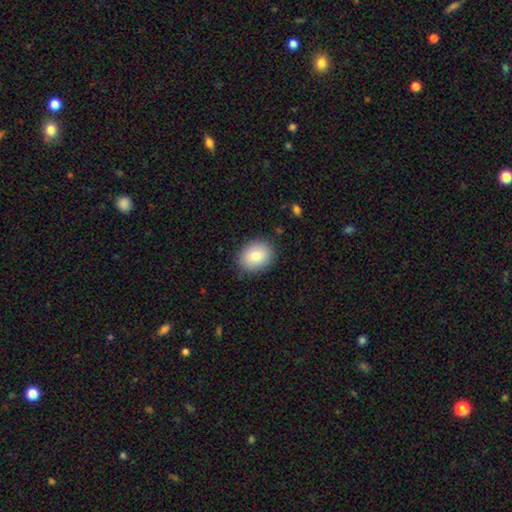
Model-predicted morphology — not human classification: Smooth or featured: smooth — 80% (featured or disk — 12%)
How rounded: in between — 53% (round — 47%)
Merging: none — 86% (minor disturbance — 10%)